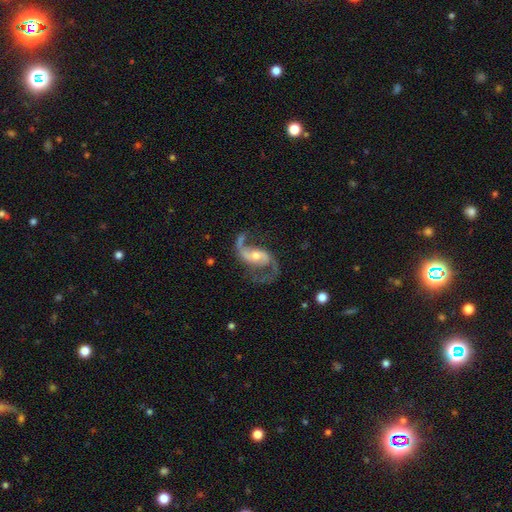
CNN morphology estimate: The model was most divided on "bar": weak: 39%, no: 36%, strong: 25%. Remaining: edge-on disk — no (97%); spiral arms — yes (97%); spiral arm count — 2 (92%); smooth or featured — featured or disk (91%); merging — none (68%); spiral winding — loose (61%); bulge size — moderate (49%).